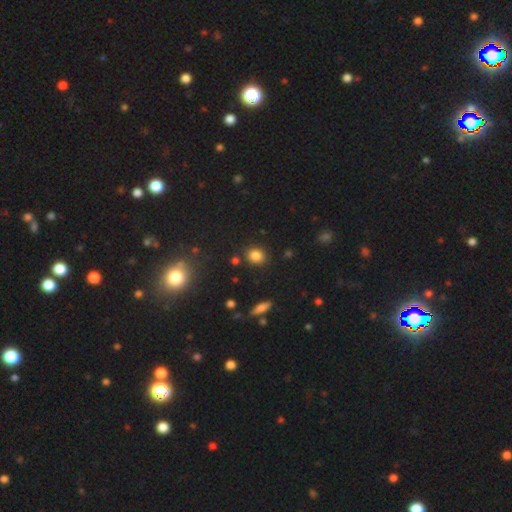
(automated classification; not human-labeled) smooth 82%, star or artifact 13%, featured or disk 6%. Down the decision tree: how rounded — round (57%); merging — none (85%).